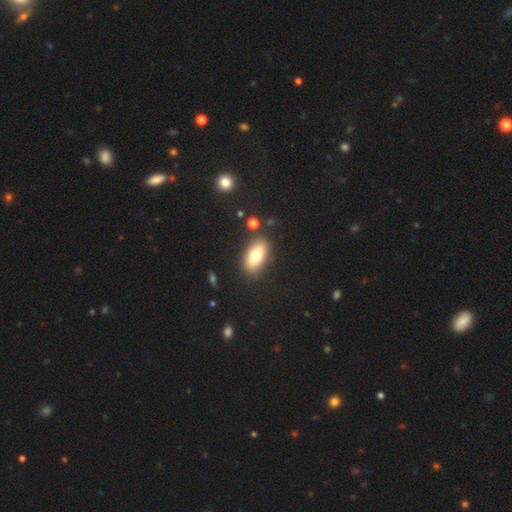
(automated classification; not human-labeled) A smooth galaxy with no disk features (73%) that is in between round and cigar-shaped (89%).

Vote fractions:
- Smooth or featured? smooth: 73% / featured or disk: 19% / star or artifact: 8%
- How rounded? in between: 89% / cigar-shaped: 6% / round: 5%
- Merging? none: 83% / minor disturbance: 10% / merger: 3% / major disturbance: 3%